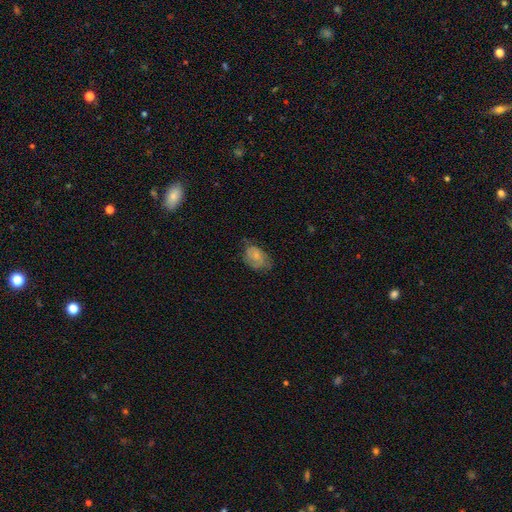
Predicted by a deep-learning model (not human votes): Smooth or featured? smooth (56%)
How rounded? in between (82%)
Merging? none (51%)